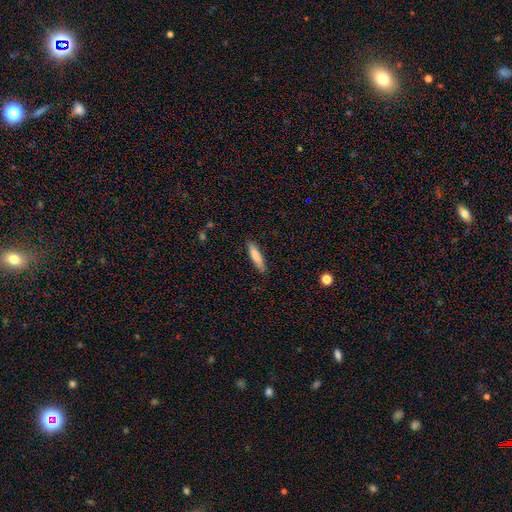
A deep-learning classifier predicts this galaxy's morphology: Smooth or featured: smooth — 82% (featured or disk — 12%)
How rounded: cigar-shaped — 79% (in between — 20%)
Merging: none — 85% (minor disturbance — 12%)